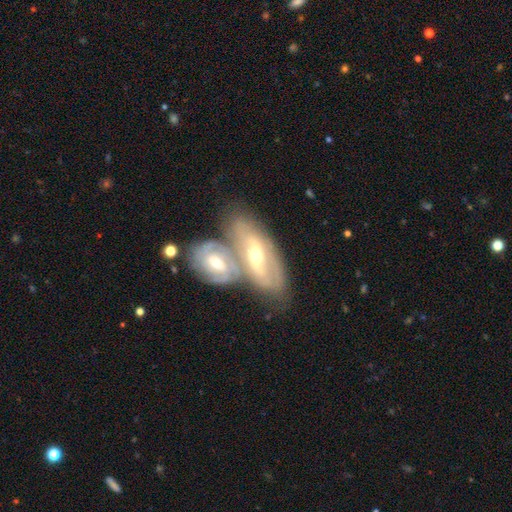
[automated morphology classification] Smooth or featured? Predicted: featured or disk (p=0.75). Edge-on disk? Predicted: no (p=0.86). Bar? Predicted: weak (p=0.39). Spiral arms? Predicted: yes (p=0.79). Spiral winding? Predicted: tight (p=0.46). Spiral arm count? Predicted: 2 (p=0.60). Bulge size? Predicted: moderate (p=0.64). Merging? Predicted: merger (p=0.60).